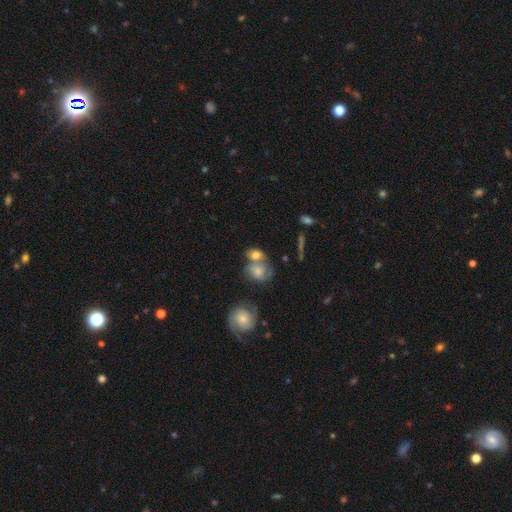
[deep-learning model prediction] Q: Smooth or featured?
A: smooth (66%); runner-up: featured or disk (23%)
Q: How rounded?
A: in between (56%); runner-up: round (42%)
Q: Merging?
A: merger (48%); runner-up: none (33%)